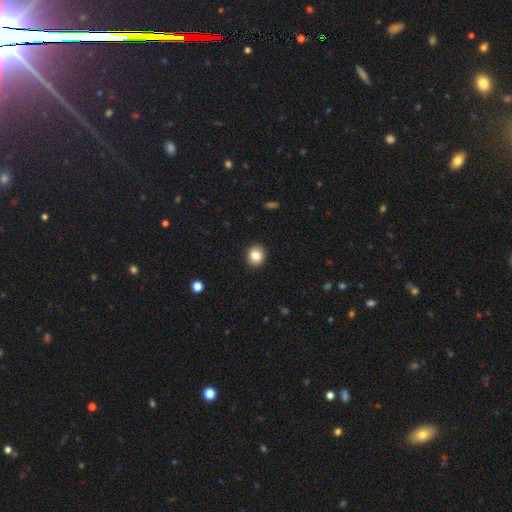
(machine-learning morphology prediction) A smooth galaxy with no disk features (83%) that is round (77%). Merging: none (91%).